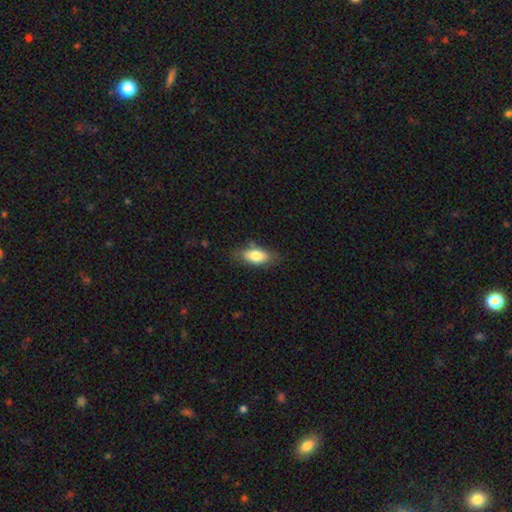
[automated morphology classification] Smooth or featured? smooth (77%)
How rounded? in between (87%)
Merging? none (72%)